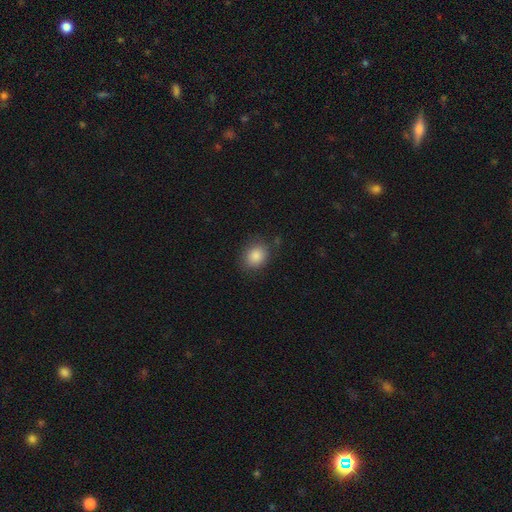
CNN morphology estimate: Smooth or featured: smooth — 87% (star or artifact — 8%)
How rounded: round — 55% (in between — 44%)
Merging: none — 80% (minor disturbance — 14%)